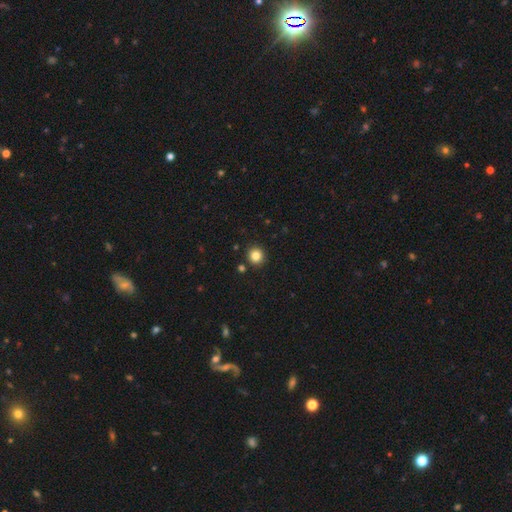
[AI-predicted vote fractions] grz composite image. It shows a smooth galaxy with no disk features (83%) that is round (93%). Merging: none (91%).